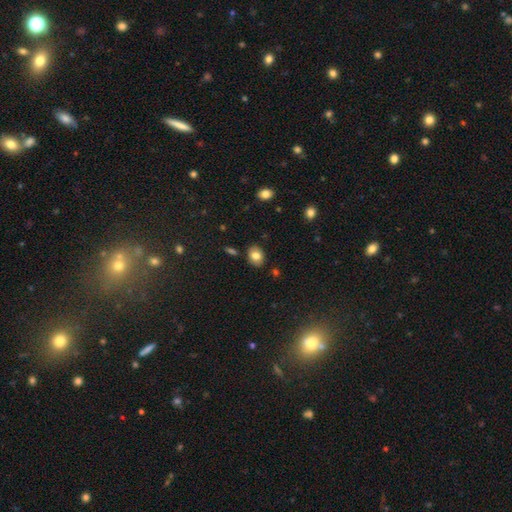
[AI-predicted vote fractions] Smooth or featured?
  - smooth: 79% *
  - featured or disk: 12%
  - star or artifact: 9%
How rounded?
  - in between: 62% *
  - round: 37%
  - cigar-shaped: 1%
Merging?
  - none: 86% *
  - minor disturbance: 10%
  - merger: 3%
  - major disturbance: 2%